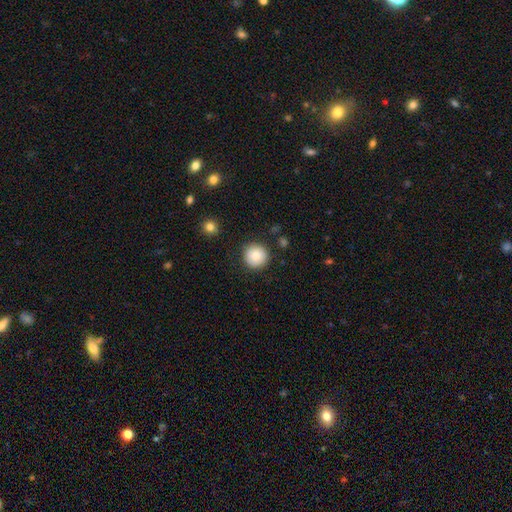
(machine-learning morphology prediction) A smooth galaxy with no disk features (85%) that is round (95%). Merging: none (88%).